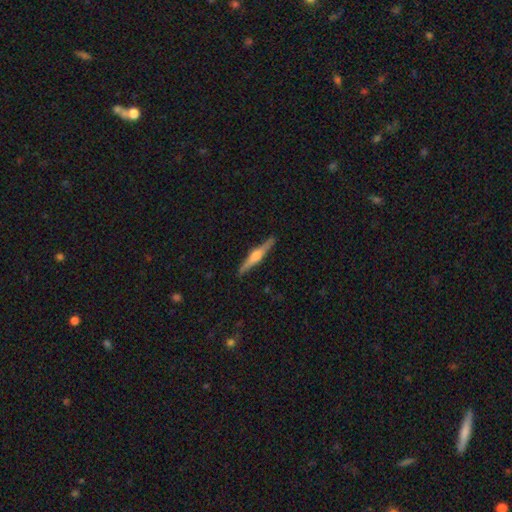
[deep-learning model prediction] Smooth or featured? Predicted: featured or disk (p=0.72). Edge-on disk? Predicted: yes (p=0.98). Edge-on bulge? Predicted: rounded (p=0.89). Merging? Predicted: none (p=0.91).